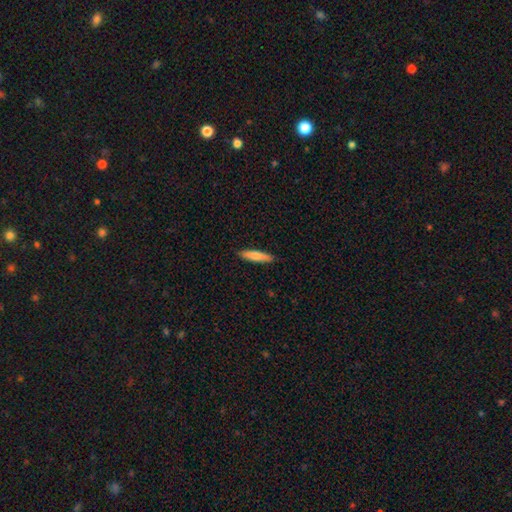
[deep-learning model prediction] This appears to be a smooth galaxy with no disk features (78%) that is cigar-shaped (81%). Merging: none (90%).